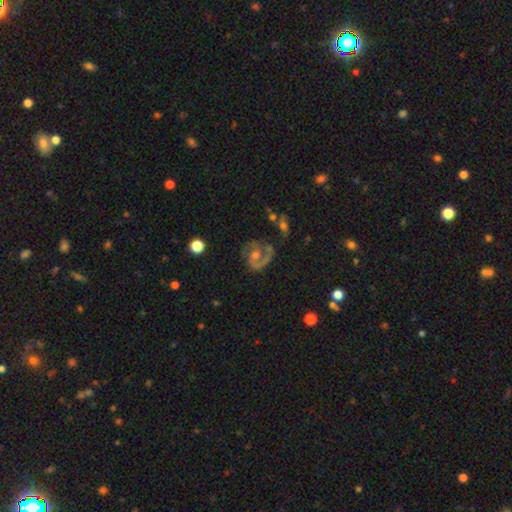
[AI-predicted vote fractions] The model was most divided on "spiral winding": medium: 50%, tight: 29%, loose: 21%. More confident: edge-on disk — no (97%); spiral arms — yes (92%); smooth or featured — featured or disk (81%); merging — none (62%); spiral arm count — 2 (61%); bulge size — moderate (58%); bar — no (58%).